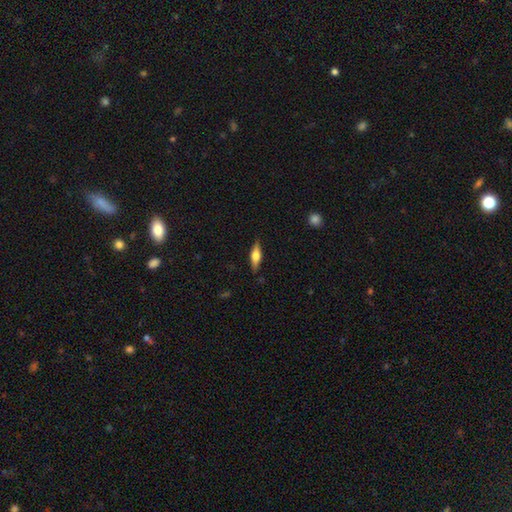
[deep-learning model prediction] Smooth or featured: featured or disk — 54% (smooth — 40%)
Edge-on disk: yes — 94% (no — 6%)
Edge-on bulge: rounded — 91% (boxy — 7%)
Merging: none — 87% (minor disturbance — 10%)